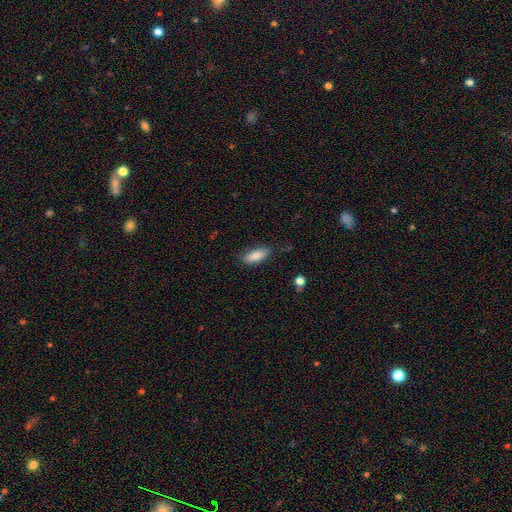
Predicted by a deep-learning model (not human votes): This is clearly a smooth galaxy (86%). How rounded: likely in between (73%). Merging: likely none (78%).